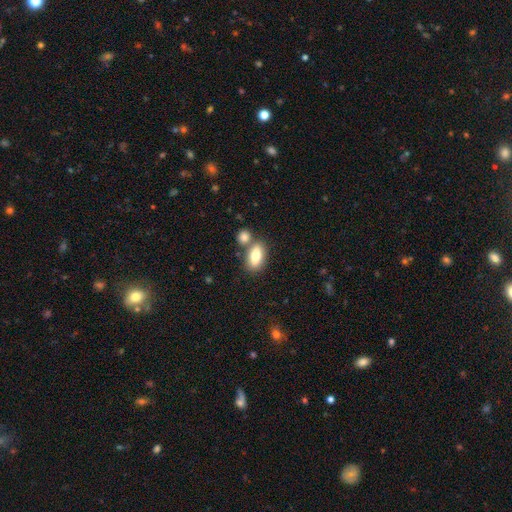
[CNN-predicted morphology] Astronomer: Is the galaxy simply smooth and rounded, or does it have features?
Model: smooth — 78%.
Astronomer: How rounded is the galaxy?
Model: in between — 87%.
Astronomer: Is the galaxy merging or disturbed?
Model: none — 60%.